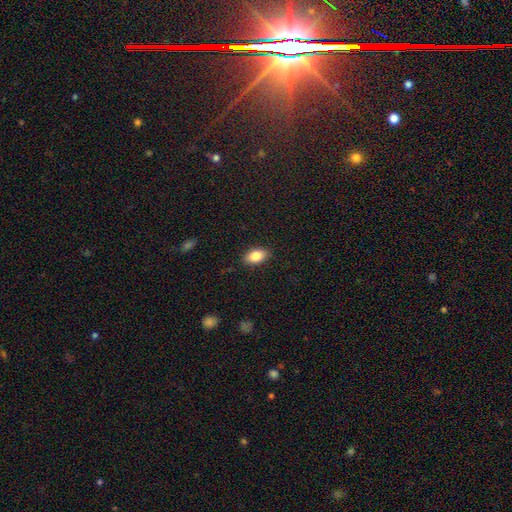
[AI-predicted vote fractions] smooth_or_featured: smooth (p=0.83) [alt: featured or disk p=0.09]
how_rounded: in between (p=0.89) [alt: round p=0.08]
merging: none (p=0.88) [alt: minor disturbance p=0.09]